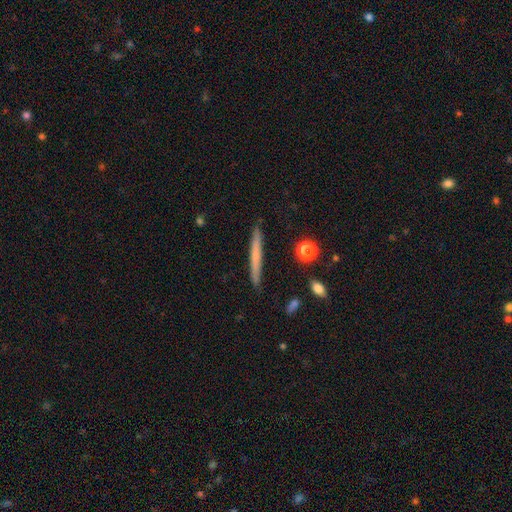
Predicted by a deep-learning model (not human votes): Overall: smooth (56%; featured or disk 37%). How rounded: cigar-shaped (96%). Merging: none (90%).